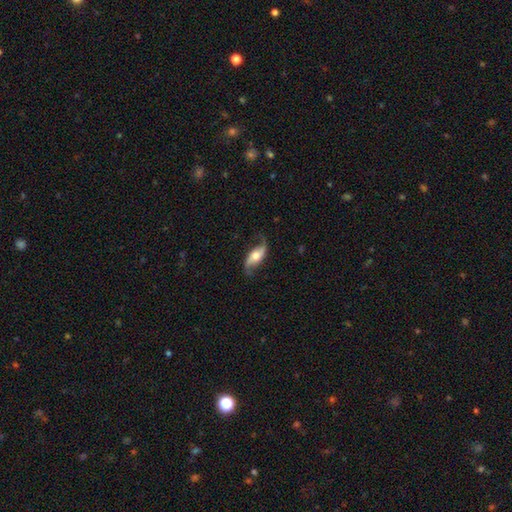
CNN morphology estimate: A featured or disk galaxy (73%) with no bar (54%), 2 (91%) loose (82%) spiral arms (92%) and a moderate central bulge (62%). Merging: none (72%).